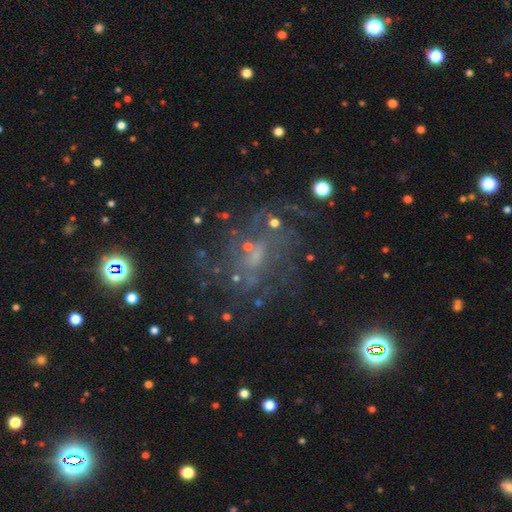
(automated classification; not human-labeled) This appears to be a featured or disk galaxy (65%) with no bar (57%), spiral arms (71%) and a small central bulge (50%). Merging: none (59%).